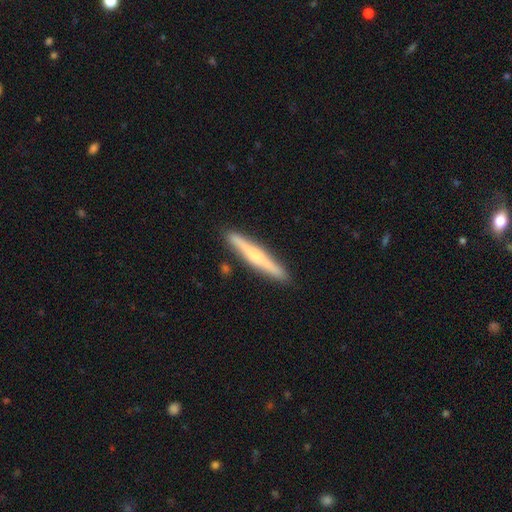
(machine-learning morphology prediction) This appears to be a featured or disk galaxy (57%) viewed edge-on (97%) with a rounded central bulge (70%). Merging: none (90%).